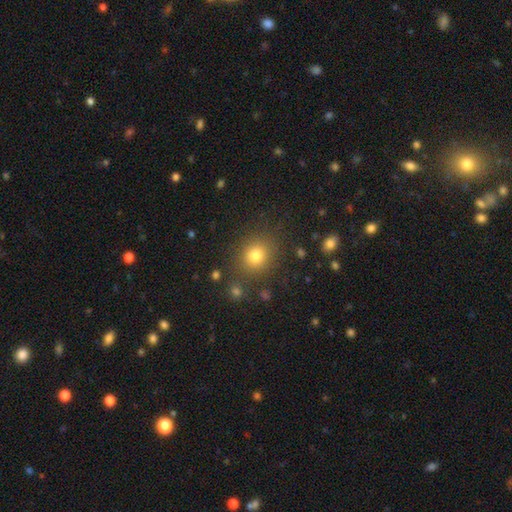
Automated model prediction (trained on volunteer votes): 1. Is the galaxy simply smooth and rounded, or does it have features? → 78% smooth, 15% star or artifact, 7% featured or disk.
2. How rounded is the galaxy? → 81% round, 18% in between, 1% cigar-shaped.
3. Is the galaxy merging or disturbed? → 84% none, 9% minor disturbance, 4% major disturbance, 3% merger.